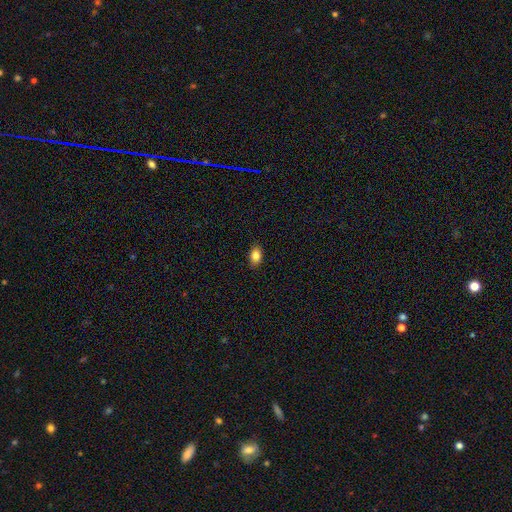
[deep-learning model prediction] A smooth galaxy with no disk features (85%) that is in between round and cigar-shaped (84%).

Vote fractions:
- Smooth or featured? smooth: 85% / star or artifact: 9% / featured or disk: 6%
- How rounded? in between: 84% / round: 14% / cigar-shaped: 2%
- Merging? none: 88% / minor disturbance: 9% / major disturbance: 2% / merger: 1%